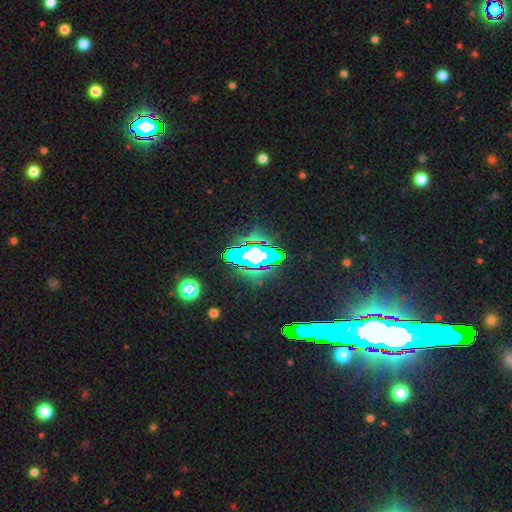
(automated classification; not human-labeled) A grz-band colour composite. It shows a star or artifact, not a galaxy (61%).